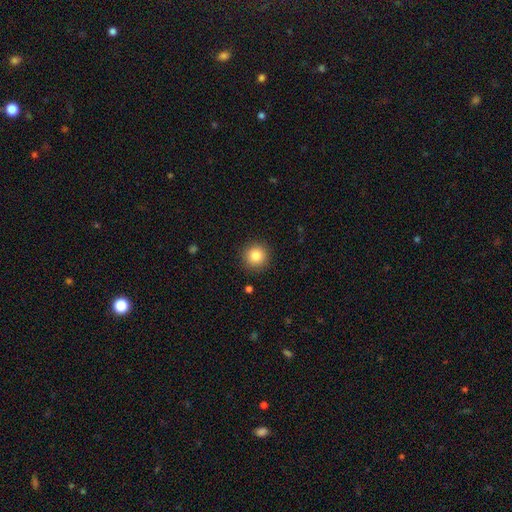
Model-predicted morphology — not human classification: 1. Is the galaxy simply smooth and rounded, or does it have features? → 83% smooth, 10% star or artifact, 7% featured or disk.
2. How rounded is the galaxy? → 95% round, 4% in between, 1% cigar-shaped.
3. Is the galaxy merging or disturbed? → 91% none, 6% minor disturbance, 2% major disturbance, 1% merger.